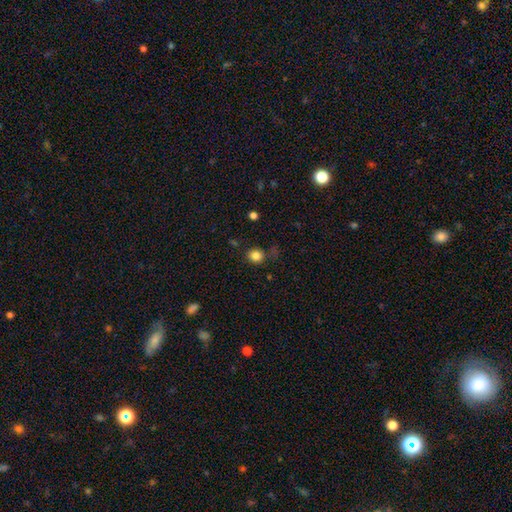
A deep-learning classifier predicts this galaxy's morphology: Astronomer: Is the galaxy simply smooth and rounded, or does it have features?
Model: smooth — 83%.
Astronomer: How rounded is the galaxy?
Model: round — 83%.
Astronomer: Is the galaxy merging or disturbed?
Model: none — 79%.